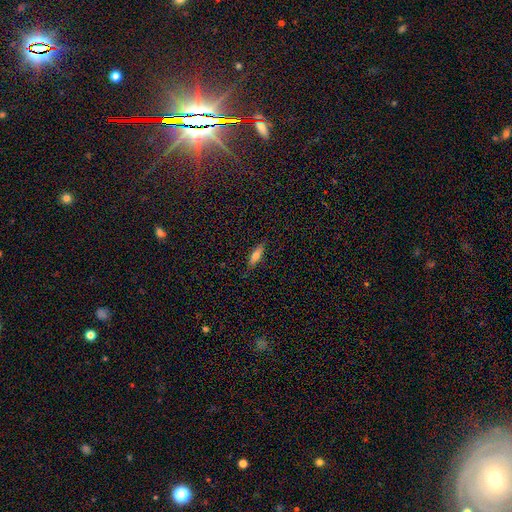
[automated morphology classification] smooth-or-featured: smooth: 70% | featured or disk: 22% | star or artifact: 9%
  how-rounded: cigar-shaped: 54% | in between: 43% | round: 2%
  merging: none: 83% | minor disturbance: 13% | major disturbance: 3% | merger: 1%